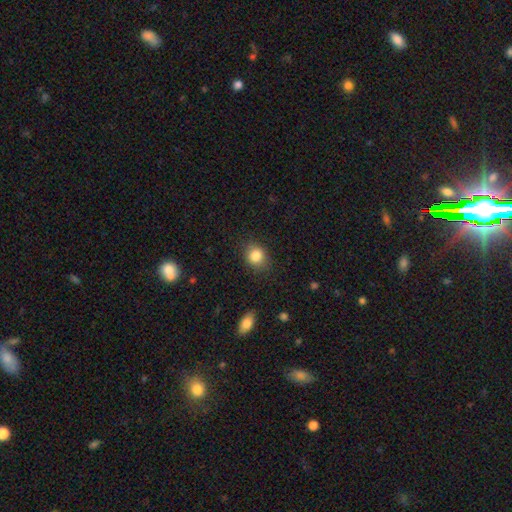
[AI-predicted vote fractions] This is clearly a smooth galaxy (85%). How rounded: likely round (68%). Merging: clearly none (82%).